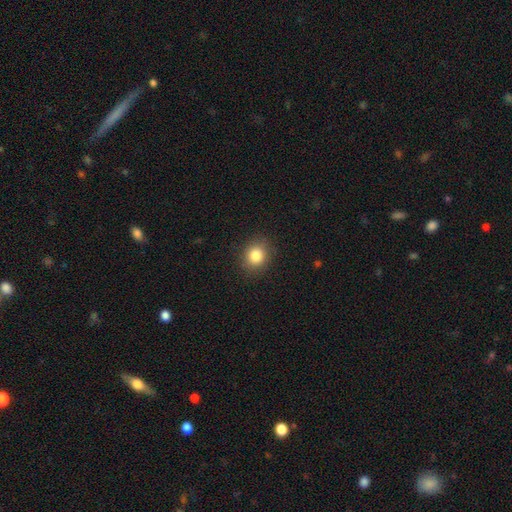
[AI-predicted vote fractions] Smooth or featured: smooth — 84% (star or artifact — 11%)
How rounded: round — 72% (in between — 27%)
Merging: none — 88% (minor disturbance — 8%)